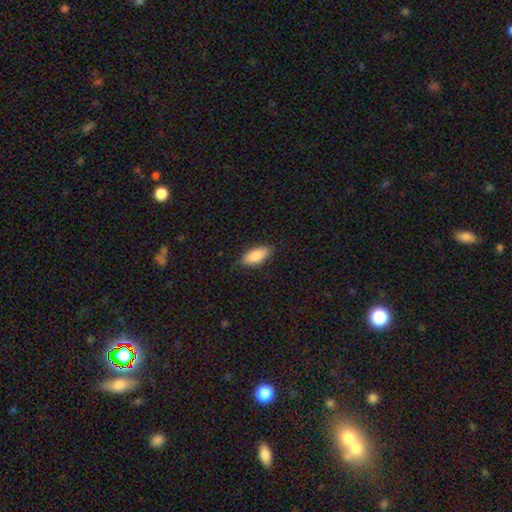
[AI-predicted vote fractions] Morphology: type=smooth (86%); roundness=in between (83%); merging=none (84%).